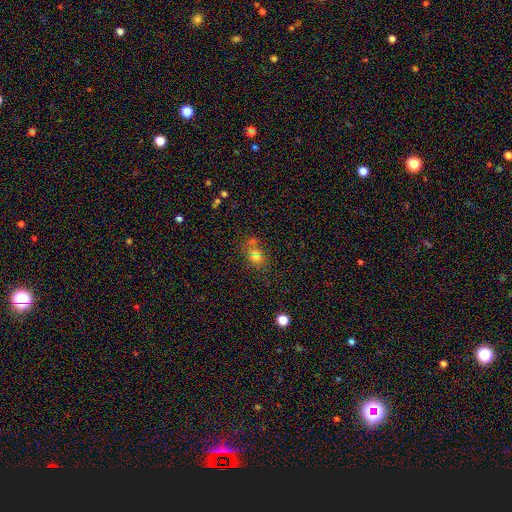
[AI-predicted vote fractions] smooth_or_featured: smooth (p=0.69) [alt: star or artifact p=0.18]
how_rounded: round (p=0.55) [alt: in between p=0.43]
merging: none (p=0.55) [alt: merger p=0.25]